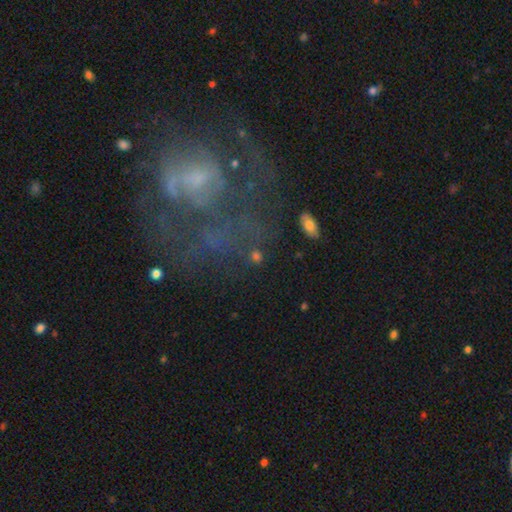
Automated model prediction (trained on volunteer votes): This is marginally a featured or disk galaxy (43%). Merging: likely none (65%).